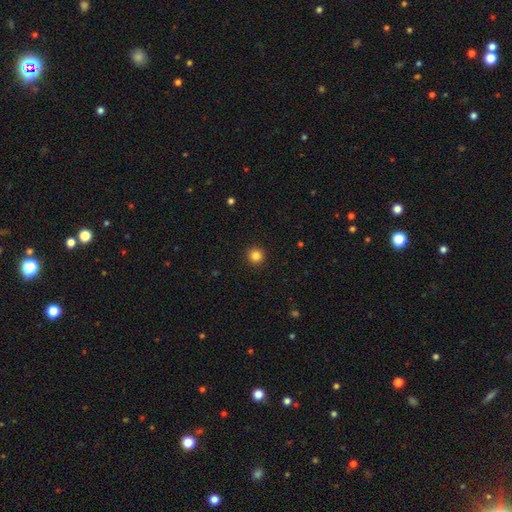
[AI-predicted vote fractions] Smooth or featured?
  - smooth: 85% *
  - star or artifact: 11%
  - featured or disk: 4%
How rounded?
  - round: 95% *
  - in between: 4%
  - cigar-shaped: 1%
Merging?
  - none: 93% *
  - minor disturbance: 4%
  - major disturbance: 2%
  - merger: 1%